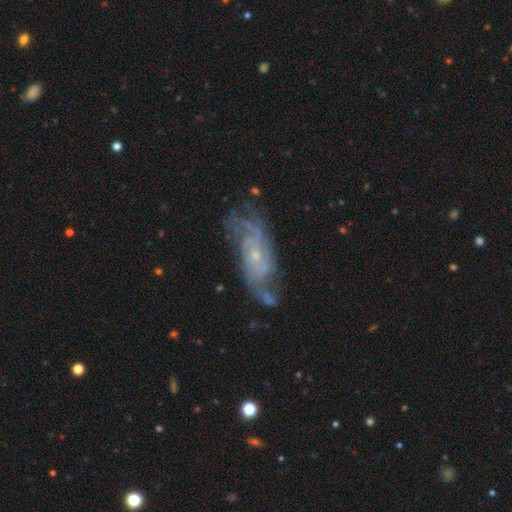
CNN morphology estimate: A featured or disk galaxy (80%) with no bar (72%), tight (42%) spiral arms (91%) and a small central bulge (75%). Merging: none (59%).